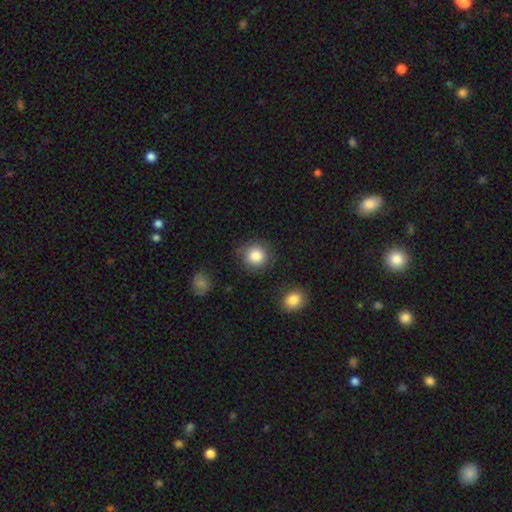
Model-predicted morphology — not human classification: Smooth or featured? Predicted: smooth (p=0.85). How rounded? Predicted: round (p=0.90). Merging? Predicted: none (p=0.80).